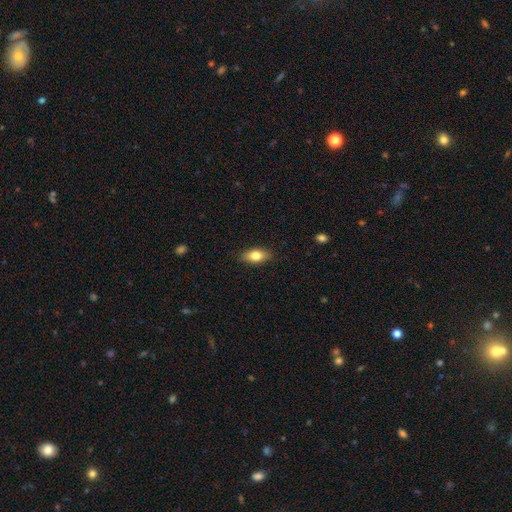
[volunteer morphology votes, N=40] Smooth or featured?
  - smooth: 75% *
  - featured or disk: 15%
  - star or artifact: 10%
How rounded?
  - in between: 83% *
  - cigar-shaped: 17%
  - round: 0%
Merging?
  - none: 94% *
  - minor disturbance: 3%
  - major disturbance: 3%
  - merger: 0%